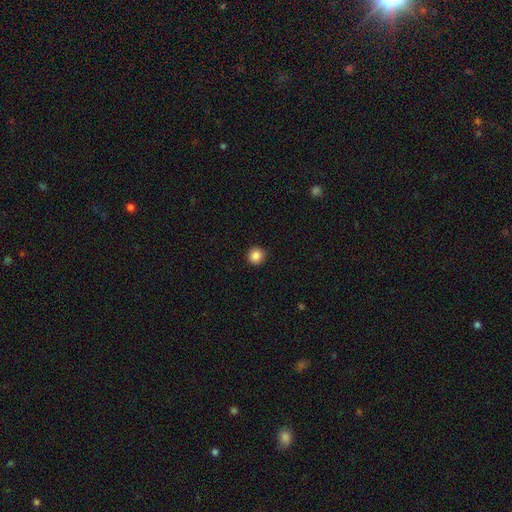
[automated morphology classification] Smooth or featured? smooth (86%)
How rounded? round (95%)
Merging? none (93%)